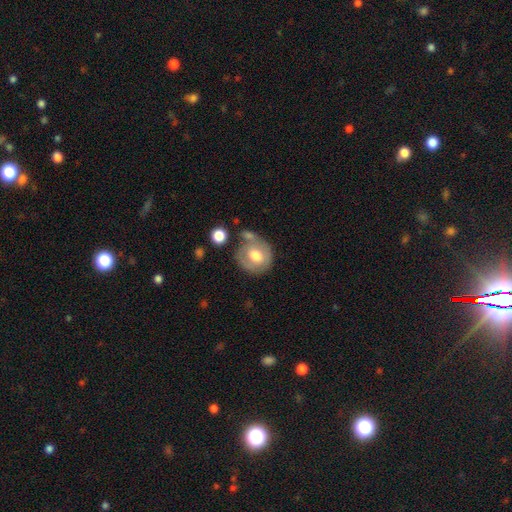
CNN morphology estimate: This appears to be a smooth galaxy with no disk features (56%) that is round (78%). Merging: none (51%).